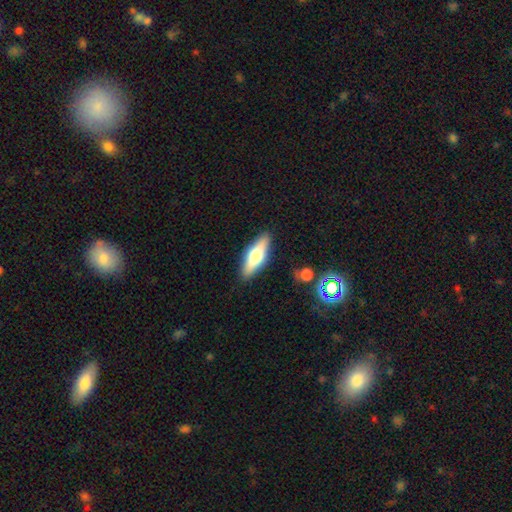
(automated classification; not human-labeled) smooth_or_featured: smooth (p=0.50) [alt: featured or disk p=0.43]
how_rounded: in between (p=0.50) [alt: cigar-shaped p=0.47]
merging: none (p=0.88) [alt: minor disturbance p=0.08]